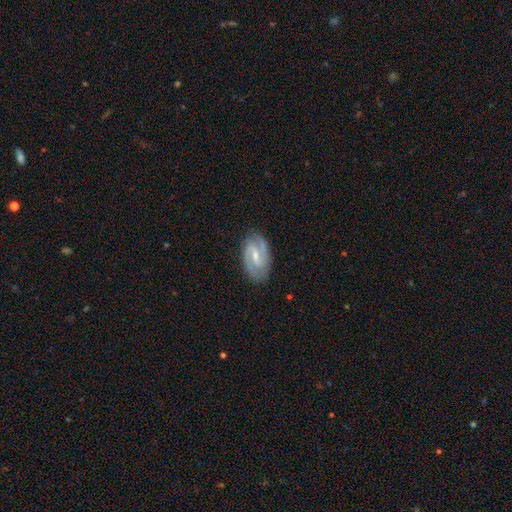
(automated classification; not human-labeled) Q: Smooth or featured?
A: featured or disk (87%); runner-up: smooth (9%)
Q: Edge-on disk?
A: no (97%); runner-up: yes (3%)
Q: Bar?
A: weak (55%); runner-up: strong (27%)
Q: Spiral arms?
A: yes (97%); runner-up: no (3%)
Q: Spiral winding?
A: medium (50%); runner-up: tight (38%)
Q: Spiral arm count?
A: 2 (88%); runner-up: 3 (4%)
Q: Bulge size?
A: small (57%); runner-up: moderate (37%)
Q: Merging?
A: none (85%); runner-up: minor disturbance (12%)